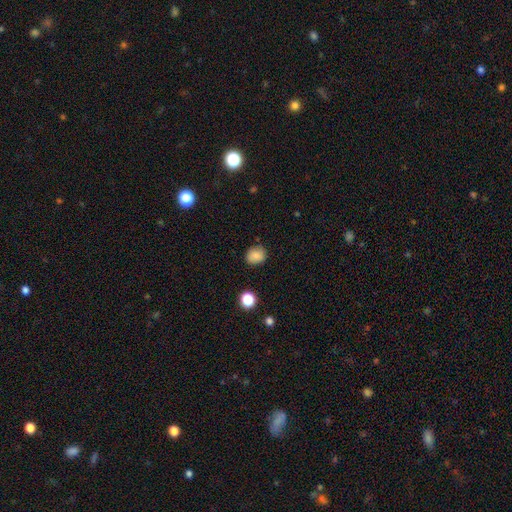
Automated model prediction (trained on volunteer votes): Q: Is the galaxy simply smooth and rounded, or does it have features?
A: smooth — 84%.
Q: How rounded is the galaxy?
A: round — 67%.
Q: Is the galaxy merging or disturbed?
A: none — 82%.